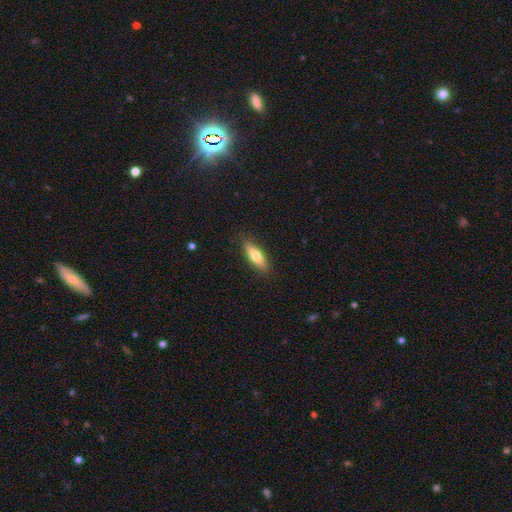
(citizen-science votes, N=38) Q: Smooth or featured?
A: smooth (68%); runner-up: featured or disk (24%)
Q: How rounded?
A: in between (62%); runner-up: cigar-shaped (35%)
Q: Merging?
A: none (86%); runner-up: minor disturbance (11%)